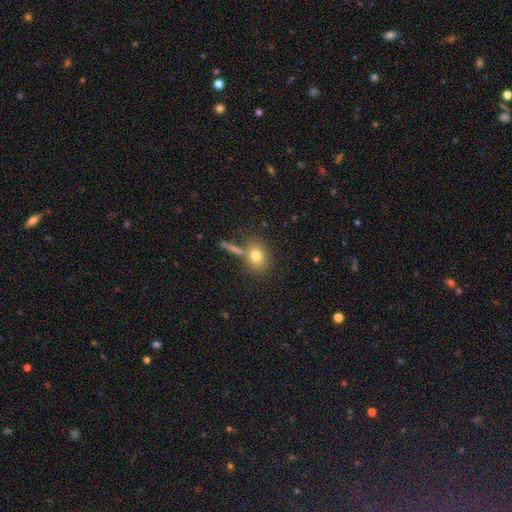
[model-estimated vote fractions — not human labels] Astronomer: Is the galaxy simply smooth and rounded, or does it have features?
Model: smooth — 76%.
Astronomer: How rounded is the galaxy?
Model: in between — 49%, tied with round at 49%.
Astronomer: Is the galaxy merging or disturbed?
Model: none — 65%.